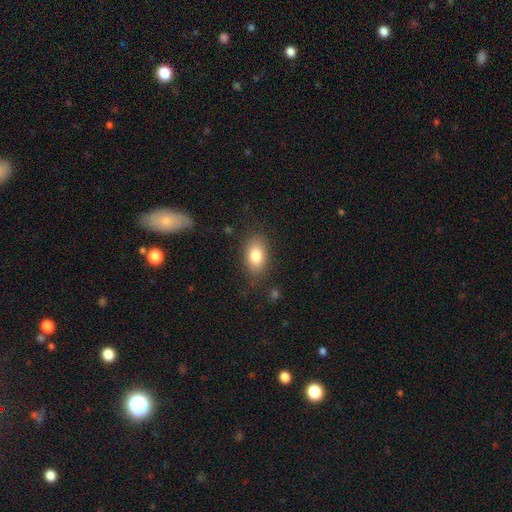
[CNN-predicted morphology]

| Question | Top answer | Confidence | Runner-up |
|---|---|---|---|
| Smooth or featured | smooth | 81% | featured or disk (10%) |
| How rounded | in between | 87% | round (11%) |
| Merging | none | 82% | minor disturbance (12%) |